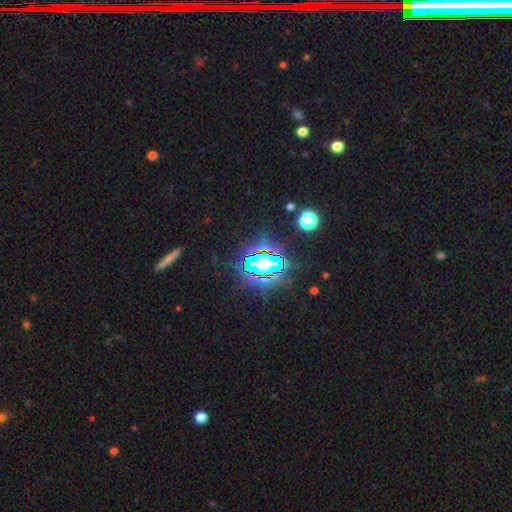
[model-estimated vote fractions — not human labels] The model was most divided on "smooth or featured": star or artifact: 74%, smooth: 14%, featured or disk: 12%.